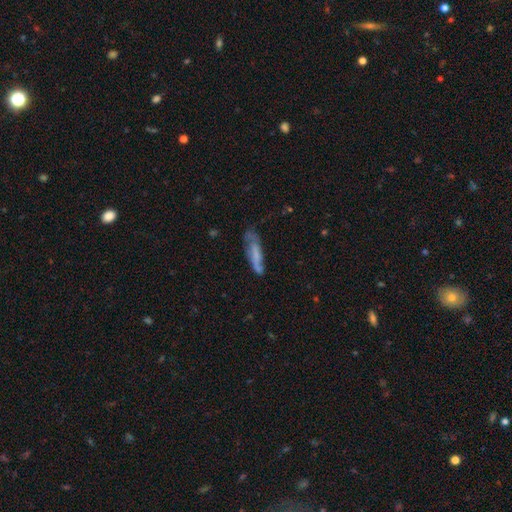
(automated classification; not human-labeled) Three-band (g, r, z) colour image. It shows a smooth galaxy with no disk features (53%) that is cigar-shaped (74%). Merging: none (53%).